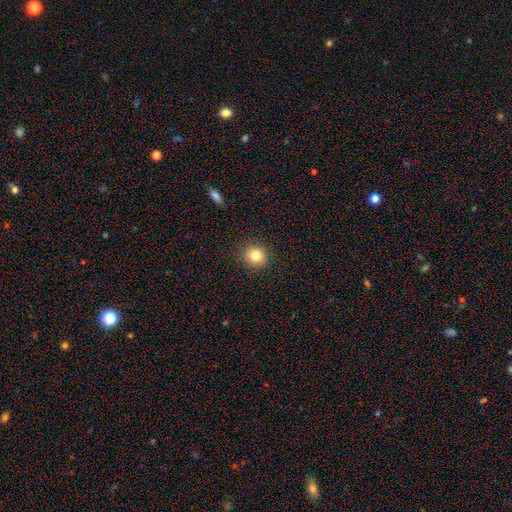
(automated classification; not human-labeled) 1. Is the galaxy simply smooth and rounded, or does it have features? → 81% smooth, 11% star or artifact, 8% featured or disk.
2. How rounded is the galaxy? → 90% round, 9% in between, 1% cigar-shaped.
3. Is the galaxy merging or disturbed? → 91% none, 6% minor disturbance, 2% major disturbance, 1% merger.